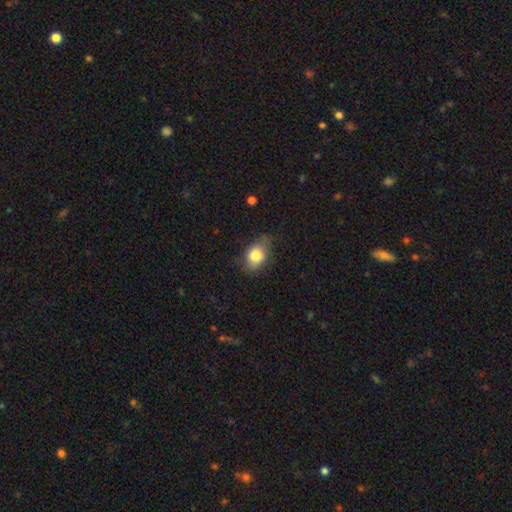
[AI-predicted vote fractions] smooth-or-featured: smooth: 79% | featured or disk: 12% | star or artifact: 8%
  how-rounded: in between: 71% | round: 27% | cigar-shaped: 2%
  merging: none: 66% | minor disturbance: 26% | major disturbance: 7% | merger: 1%